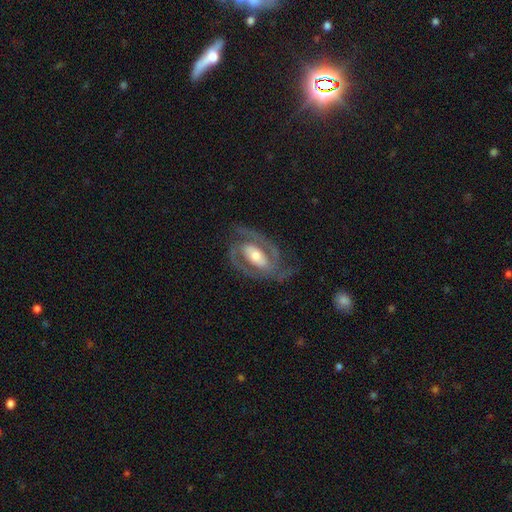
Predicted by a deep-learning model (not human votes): A featured or disk galaxy (89%) with a strong bar (38%), 2 (87%) medium (49%) spiral arms (94%) and a moderate central bulge (59%).

Vote fractions:
- Smooth or featured? featured or disk: 89% / smooth: 7% / star or artifact: 4%
- Edge-on disk? no: 96% / yes: 4%
- Bar? strong: 38% / weak: 32% / no: 30%
- Spiral arms? yes: 94% / no: 6%
- Spiral winding? medium: 49% / tight: 40% / loose: 11%
- Spiral arm count? 2: 87% / can't tell: 4% / 3: 4% / 1: 2% / 4: 1% / more than 4: 1%
- Bulge size? moderate: 59% / small: 27% / large: 12% / none: 1% / dominant: 1%
- Merging? none: 74% / minor disturbance: 15% / major disturbance: 10% / merger: 1%